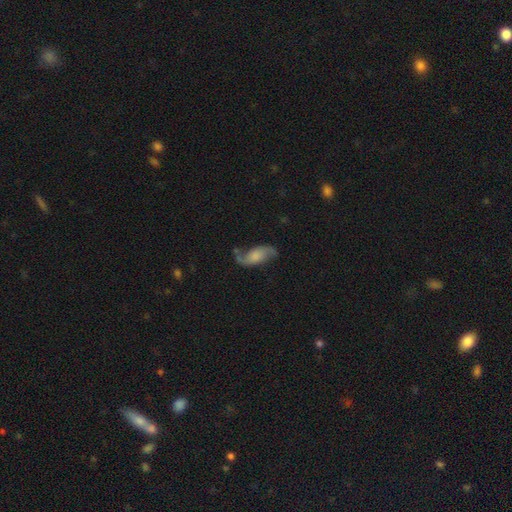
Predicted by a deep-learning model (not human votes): A featured or disk galaxy (72%) with no bar (63%), 2 (91%) loose (72%) spiral arms (94%) and no central bulge (28%).

Vote fractions:
- Smooth or featured? featured or disk: 72% / smooth: 21% / star or artifact: 7%
- Edge-on disk? no: 94% / yes: 6%
- Bar? no: 63% / weak: 30% / strong: 7%
- Spiral arms? yes: 94% / no: 6%
- Spiral winding? loose: 72% / medium: 22% / tight: 6%
- Spiral arm count? 2: 91% / 1: 3% / can't tell: 3% / 3: 1% / 4: 1% / more than 4: 1%
- Bulge size? none: 28% / moderate: 26% / small: 23% / large: 19% / dominant: 4%
- Merging? none: 65% / minor disturbance: 20% / major disturbance: 11% / merger: 4%